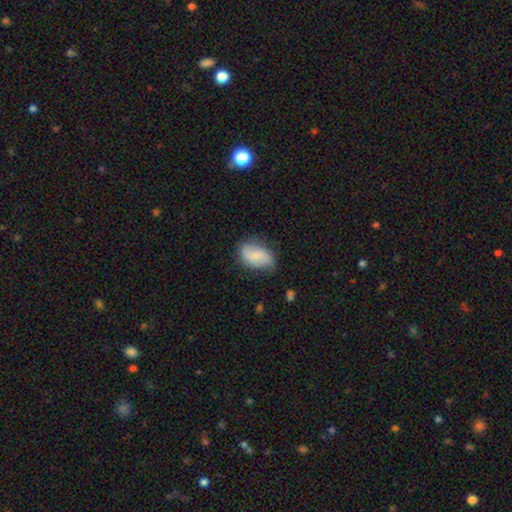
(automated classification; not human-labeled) smooth_or_featured: smooth (p=0.54) [alt: featured or disk p=0.38]
how_rounded: in between (p=0.88) [alt: round p=0.10]
merging: none (p=0.59) [alt: minor disturbance p=0.30]